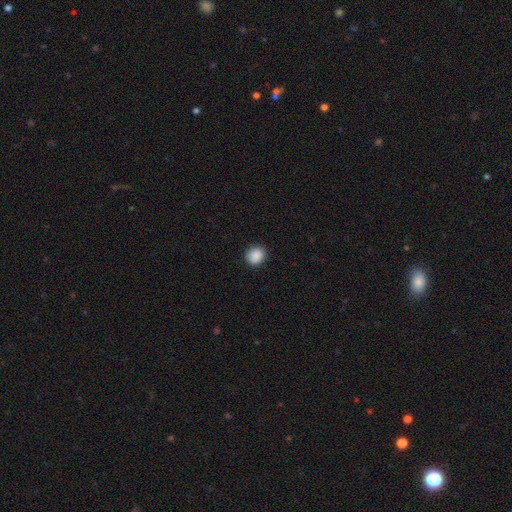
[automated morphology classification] Overall: smooth (89%). How rounded: round (79%). Merging: none (88%).